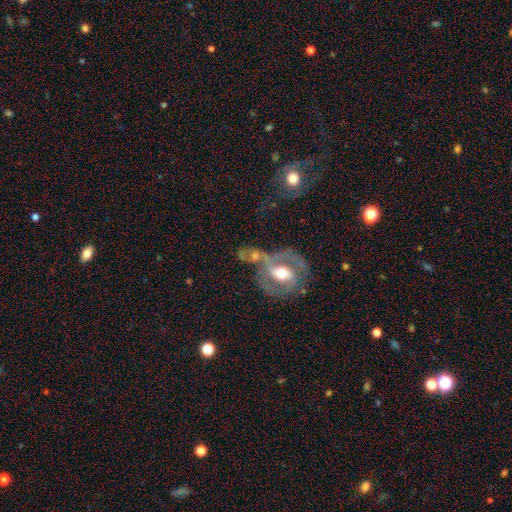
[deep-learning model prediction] Smooth or featured? Predicted: featured or disk (p=0.71). Edge-on disk? Predicted: no (p=0.94). Bar? Predicted: no (p=0.43). Spiral arms? Predicted: yes (p=0.73). Bulge size? Predicted: moderate (p=0.72). Merging? Predicted: none (p=0.36).